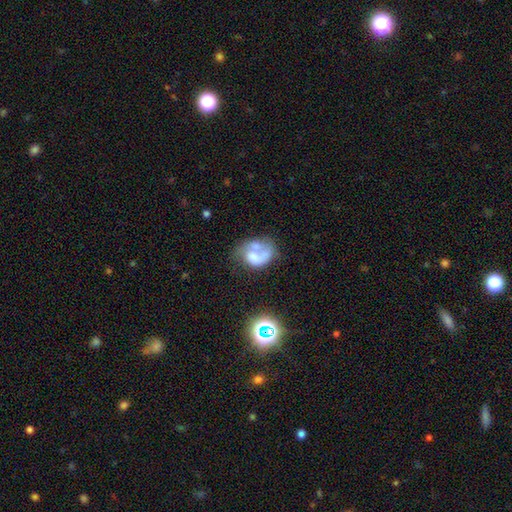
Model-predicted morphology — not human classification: featured or disk 49%, smooth 42%, star or artifact 10%. Down the decision tree: merging — merger (35%).